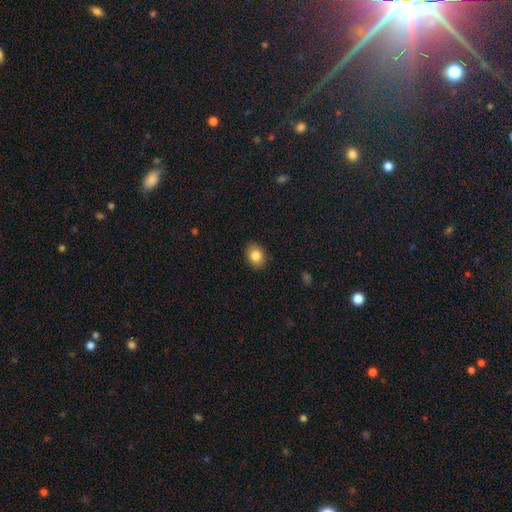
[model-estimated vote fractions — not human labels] Smooth or featured? smooth (83%)
How rounded? in between (65%)
Merging? none (89%)